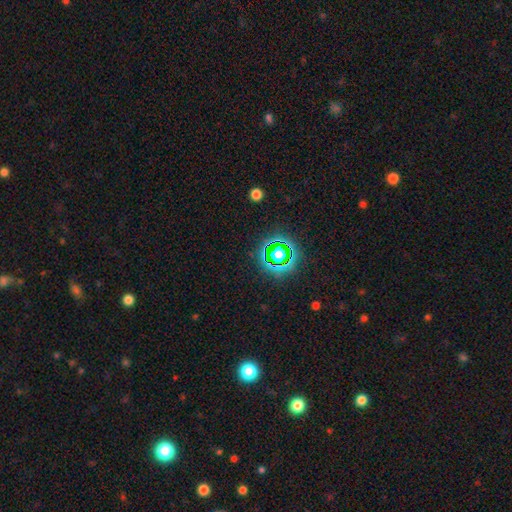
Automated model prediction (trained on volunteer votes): Smooth or featured? Predicted: star or artifact (p=0.70).